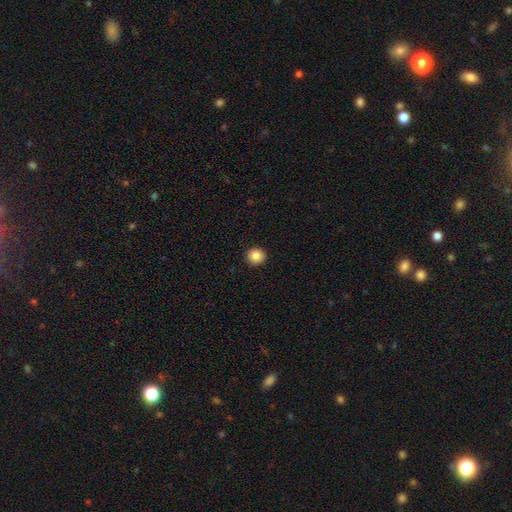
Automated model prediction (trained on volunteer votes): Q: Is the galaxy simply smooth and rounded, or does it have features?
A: smooth — 86%.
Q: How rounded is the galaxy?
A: round — 93%.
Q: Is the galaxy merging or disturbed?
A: none — 93%.